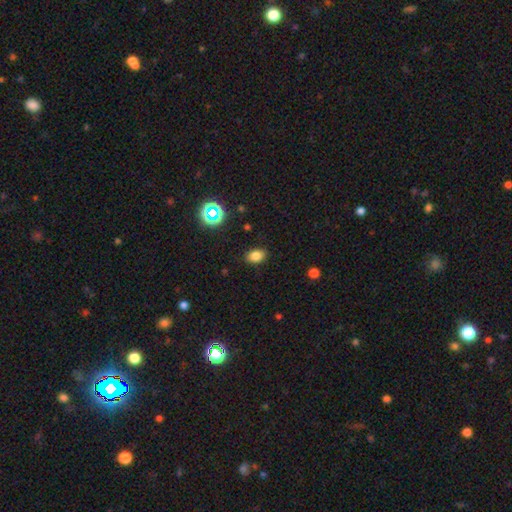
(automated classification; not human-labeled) Morphology: type=smooth (79%); roundness=in between (77%); merging=none (87%).